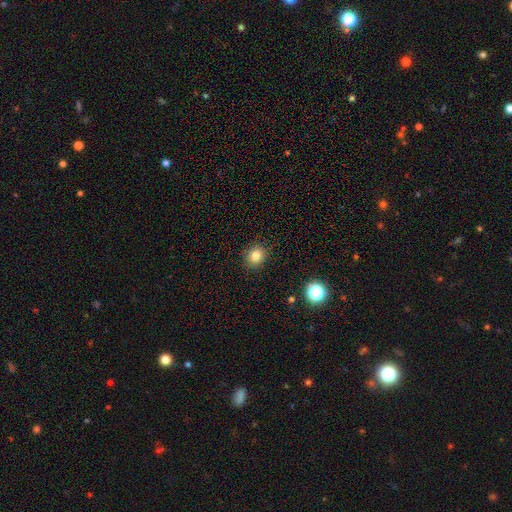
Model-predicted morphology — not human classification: This appears to be a smooth galaxy with no disk features (82%) that is round (75%). Merging: none (89%).